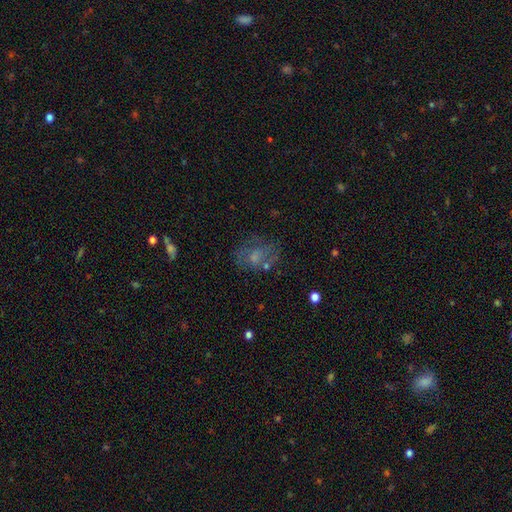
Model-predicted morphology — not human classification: Overall: smooth (43%; featured or disk 41%). Merging: none (55%; minor disturbance 21%).